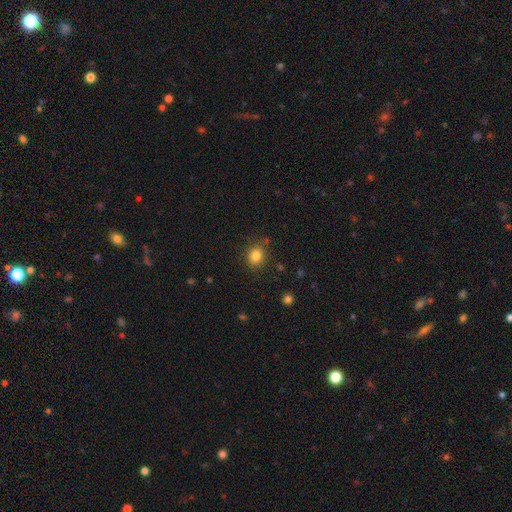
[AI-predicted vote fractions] Morphology: type=smooth (83%); roundness=round (67%); merging=none (85%).